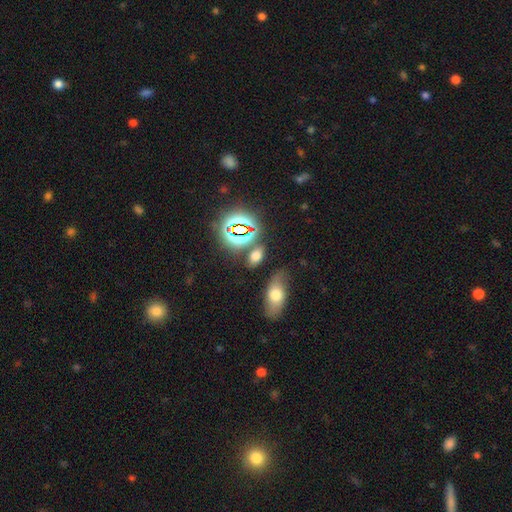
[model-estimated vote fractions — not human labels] Q: Smooth or featured?
A: smooth (59%); runner-up: star or artifact (31%)
Q: How rounded?
A: in between (79%); runner-up: round (16%)
Q: Merging?
A: none (70%); runner-up: minor disturbance (13%)